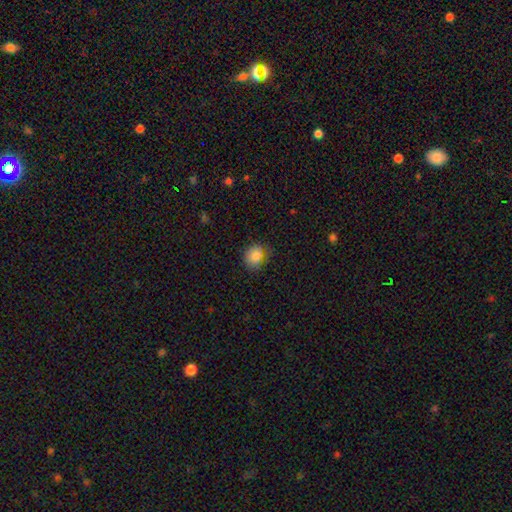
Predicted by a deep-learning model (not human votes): Overall: smooth (85%). How rounded: round (60%; in between 39%). Merging: none (69%).